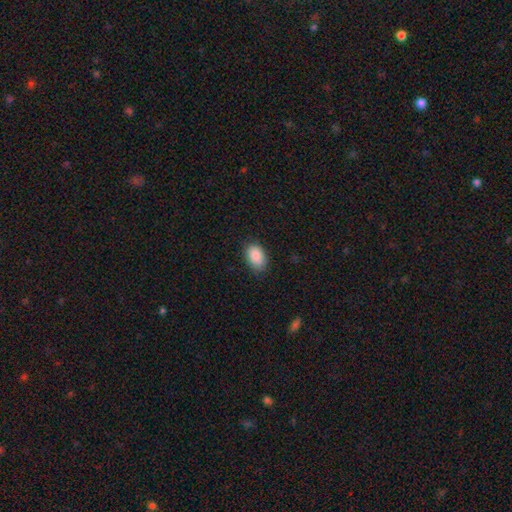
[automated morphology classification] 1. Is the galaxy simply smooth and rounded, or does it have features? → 88% smooth, 7% star or artifact, 5% featured or disk.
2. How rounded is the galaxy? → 87% in between, 12% round, 1% cigar-shaped.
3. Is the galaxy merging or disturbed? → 82% none, 14% minor disturbance, 3% major disturbance, 1% merger.